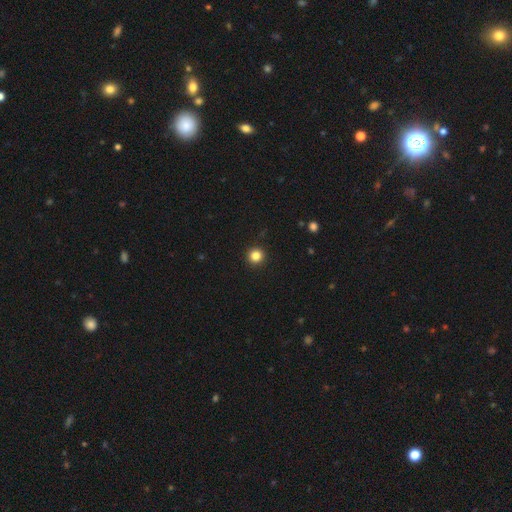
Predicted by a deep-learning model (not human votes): Smooth or featured: smooth — 84% (star or artifact — 12%)
How rounded: round — 96% (in between — 3%)
Merging: none — 94% (minor disturbance — 4%)